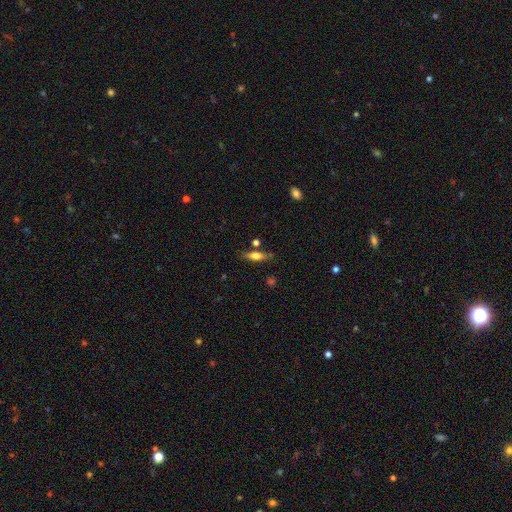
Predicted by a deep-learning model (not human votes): This appears to be a smooth galaxy with no disk features (58%) that is cigar-shaped (55%). Merging: none (76%).